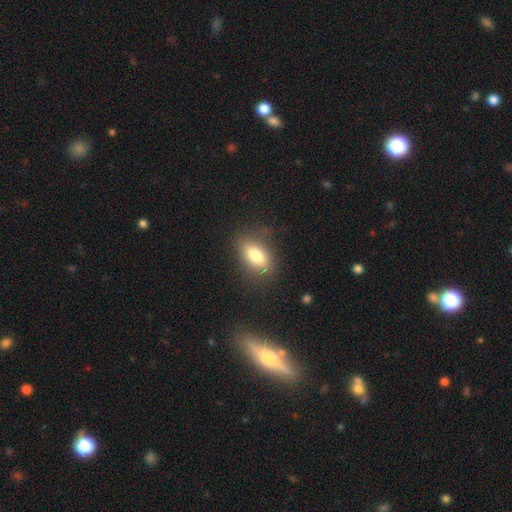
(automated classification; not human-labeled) smooth_or_featured: smooth (p=0.77) [alt: featured or disk p=0.14]
how_rounded: in between (p=0.87) [alt: round p=0.08]
merging: none (p=0.76) [alt: minor disturbance p=0.16]